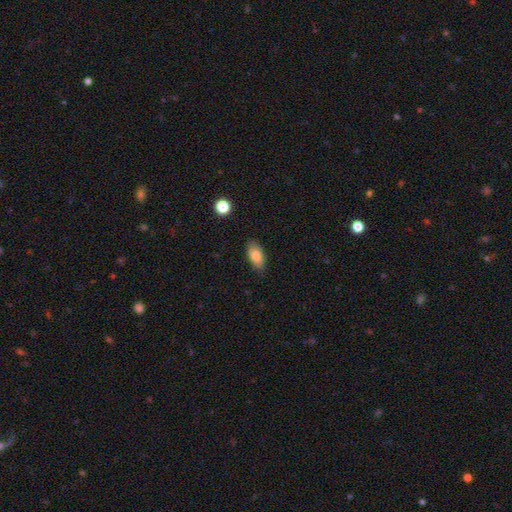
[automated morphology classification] A smooth galaxy with no disk features (82%) that is in between round and cigar-shaped (89%).

Vote fractions:
- Smooth or featured? smooth: 82% / featured or disk: 10% / star or artifact: 7%
- How rounded? in between: 89% / cigar-shaped: 7% / round: 4%
- Merging? none: 82% / minor disturbance: 14% / major disturbance: 3% / merger: 1%